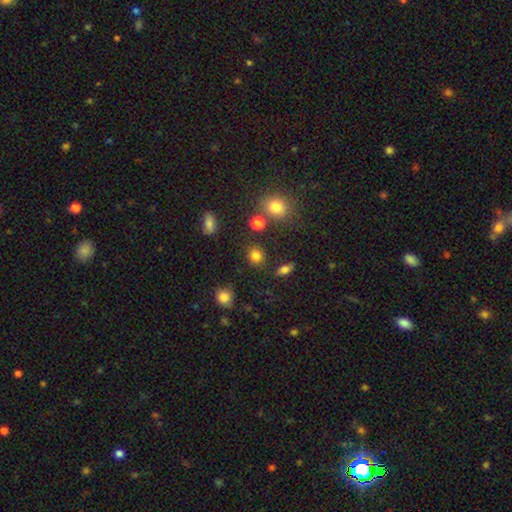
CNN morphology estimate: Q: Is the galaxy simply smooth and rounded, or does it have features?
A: smooth — 79%.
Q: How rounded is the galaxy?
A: round — 77%.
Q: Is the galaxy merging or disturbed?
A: none — 80%.